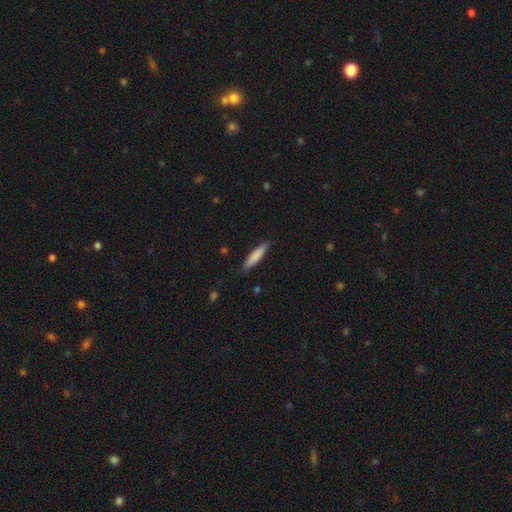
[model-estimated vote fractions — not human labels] Smooth or featured?
  - smooth: 80% *
  - featured or disk: 15%
  - star or artifact: 6%
How rounded?
  - cigar-shaped: 84% *
  - in between: 15%
  - round: 1%
Merging?
  - none: 86% *
  - minor disturbance: 11%
  - major disturbance: 2%
  - merger: 1%